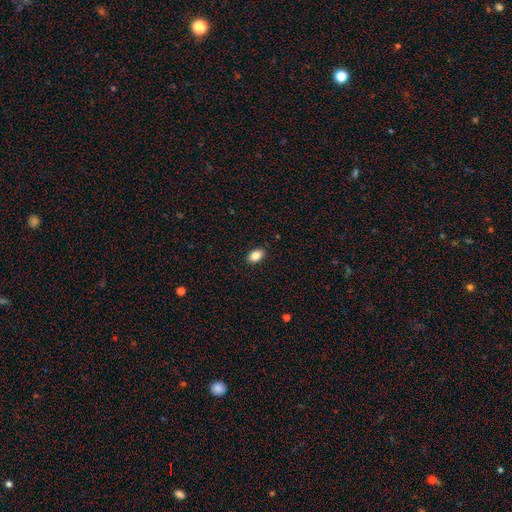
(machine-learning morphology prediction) Smooth or featured?
  - smooth: 86% *
  - star or artifact: 8%
  - featured or disk: 6%
How rounded?
  - in between: 87% *
  - round: 12%
  - cigar-shaped: 1%
Merging?
  - none: 89% *
  - minor disturbance: 8%
  - major disturbance: 2%
  - merger: 1%